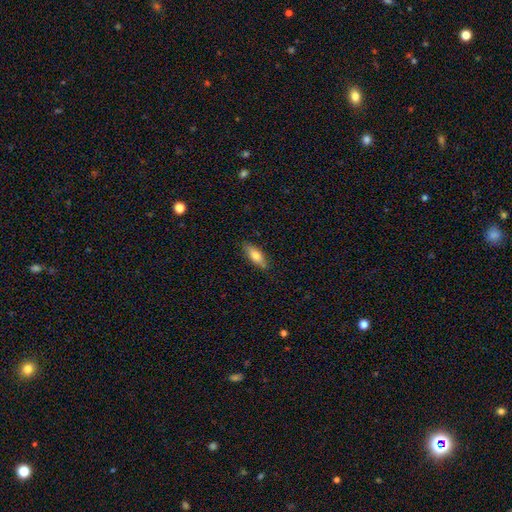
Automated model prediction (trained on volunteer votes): Smooth or featured: smooth — 75% (featured or disk — 19%)
How rounded: in between — 71% (cigar-shaped — 26%)
Merging: none — 81% (minor disturbance — 15%)